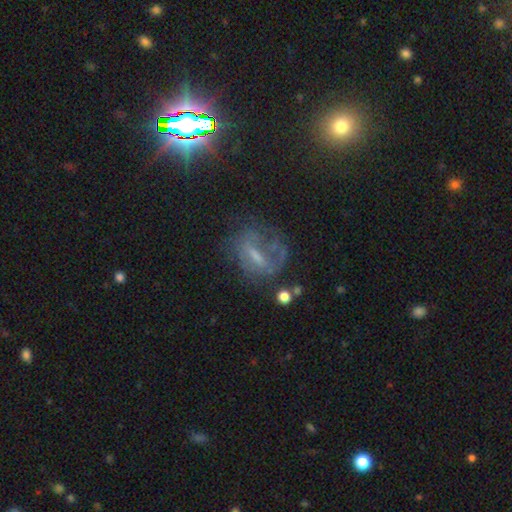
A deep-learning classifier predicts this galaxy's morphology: A featured or disk galaxy (51%). Merging: none (48%).